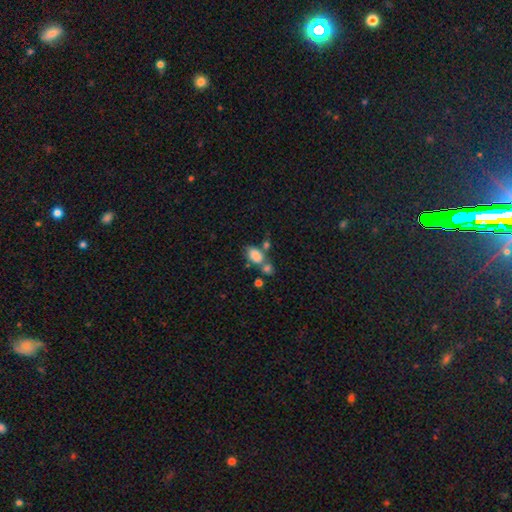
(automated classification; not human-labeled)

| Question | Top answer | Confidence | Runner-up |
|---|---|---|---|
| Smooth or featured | smooth | 81% | featured or disk (9%) |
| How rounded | in between | 86% | round (12%) |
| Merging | none | 42% | merger (37%) |